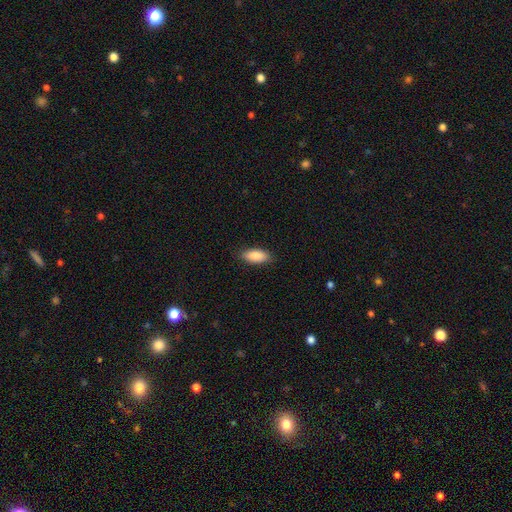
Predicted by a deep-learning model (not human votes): smooth 88%, featured or disk 6%, star or artifact 6%. Down the decision tree: how rounded — in between (86%); merging — none (87%).